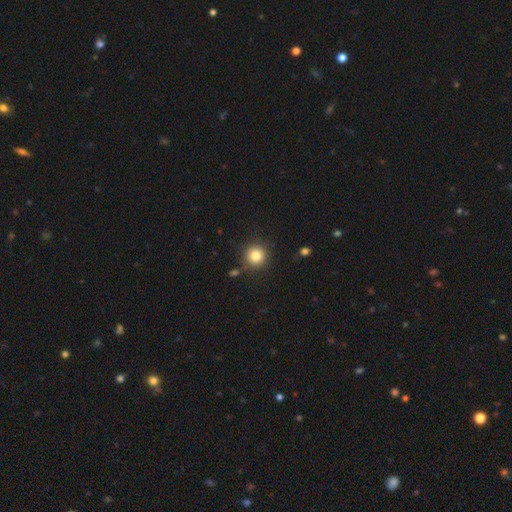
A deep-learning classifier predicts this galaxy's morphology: Smooth or featured?
  - smooth: 83% *
  - star or artifact: 11%
  - featured or disk: 6%
How rounded?
  - round: 94% *
  - in between: 5%
  - cigar-shaped: 1%
Merging?
  - none: 86% *
  - minor disturbance: 8%
  - merger: 3%
  - major disturbance: 3%